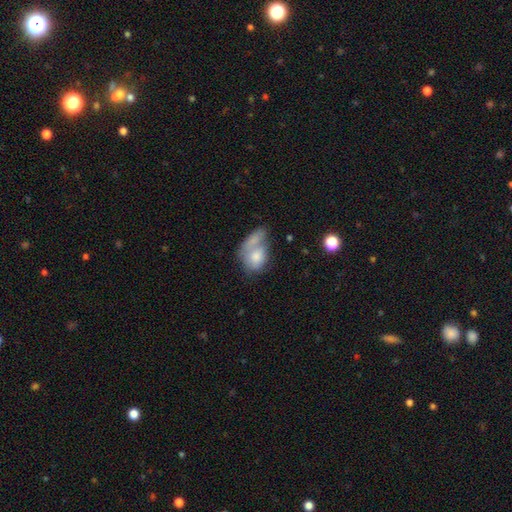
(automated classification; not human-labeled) Smooth or featured? Predicted: smooth (p=0.74). How rounded? Predicted: in between (p=0.70). Merging? Predicted: merger (p=0.56).